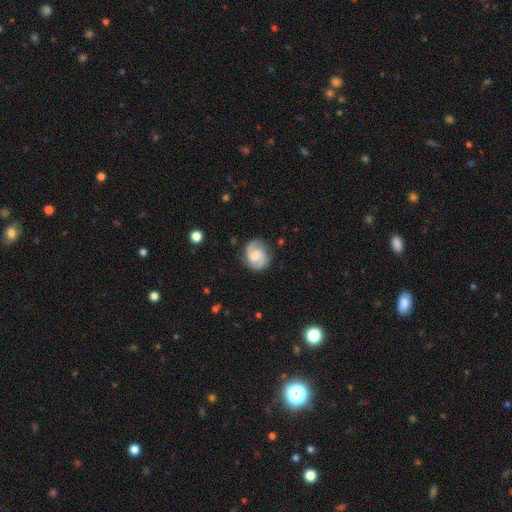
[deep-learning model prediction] Morphology: type=featured or disk (80%); edge-on=no (98%); bar=weak (48%); spiral arms=yes (97%); winding=medium (51%); arm count=2 (91%); bulge=moderate (42%); merging=none (82%).